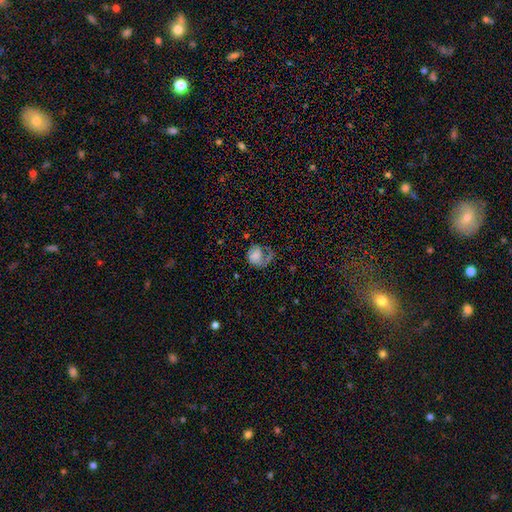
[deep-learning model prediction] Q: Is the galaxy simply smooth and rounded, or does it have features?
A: smooth — 48%.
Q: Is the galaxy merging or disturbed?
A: major disturbance — 44%.